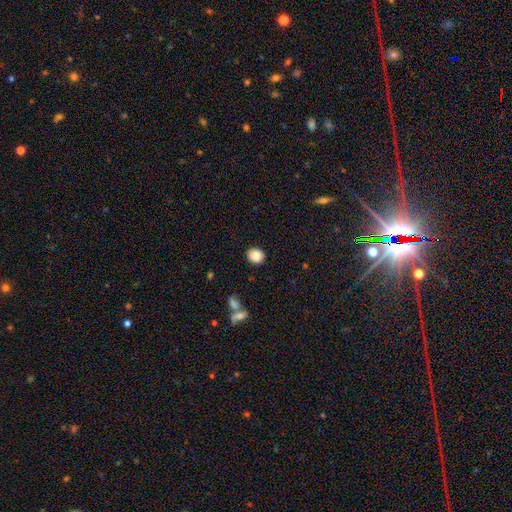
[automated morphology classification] The model was most divided on "how rounded": round: 77%, in between: 22%, cigar-shaped: 1%. More confident: merging — none (88%); smooth or featured — smooth (87%).